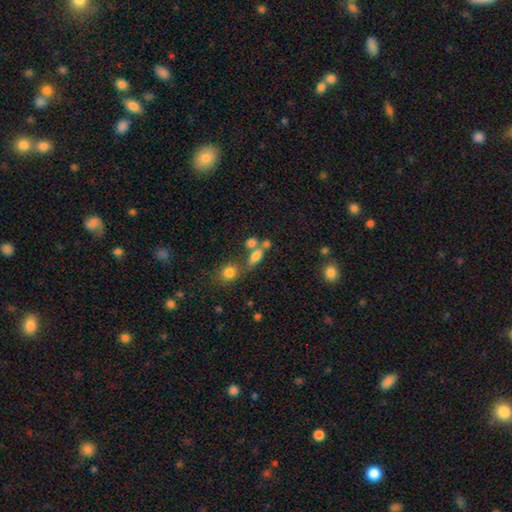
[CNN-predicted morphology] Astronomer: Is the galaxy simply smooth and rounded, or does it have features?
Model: smooth — 71%.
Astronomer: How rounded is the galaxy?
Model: in between — 71%.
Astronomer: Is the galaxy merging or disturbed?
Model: none — 46% (runner-up: merger, 35%).